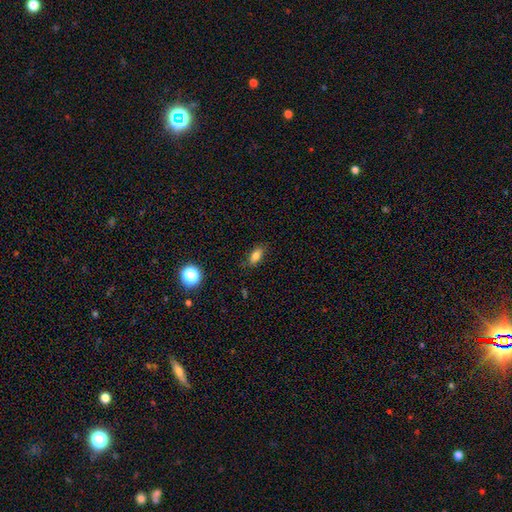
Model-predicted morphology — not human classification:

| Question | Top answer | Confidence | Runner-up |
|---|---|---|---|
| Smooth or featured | smooth | 80% | star or artifact (11%) |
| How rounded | in between | 83% | cigar-shaped (10%) |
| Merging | none | 82% | minor disturbance (14%) |